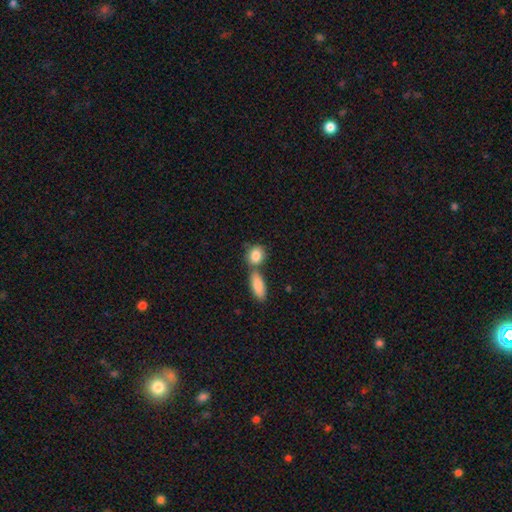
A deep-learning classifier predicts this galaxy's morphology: Q: Smooth or featured?
A: smooth (86%); runner-up: featured or disk (7%)
Q: How rounded?
A: in between (50%); runner-up: round (45%)
Q: Merging?
A: none (47%); runner-up: merger (38%)